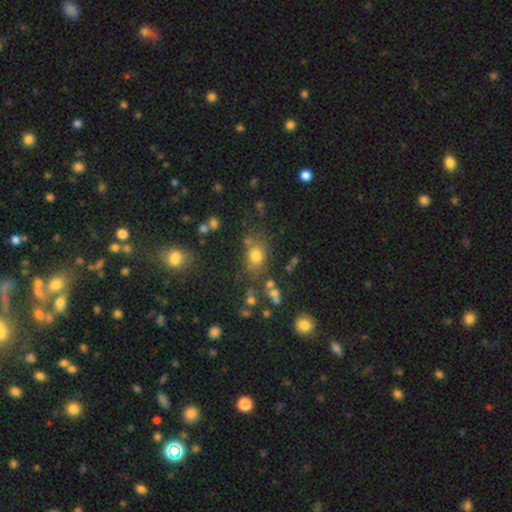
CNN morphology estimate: Q: Smooth or featured?
A: smooth (70%); runner-up: star or artifact (18%)
Q: How rounded?
A: in between (53%); runner-up: round (46%)
Q: Merging?
A: none (65%); runner-up: minor disturbance (16%)